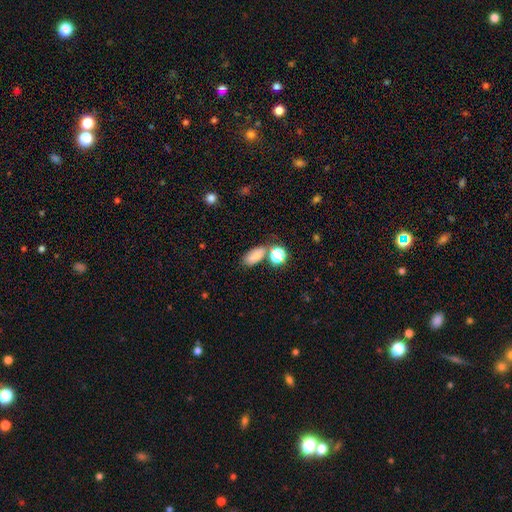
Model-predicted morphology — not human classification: This is likely a smooth galaxy (78%). How rounded: clearly in between (85%). Merging: likely none (67%).